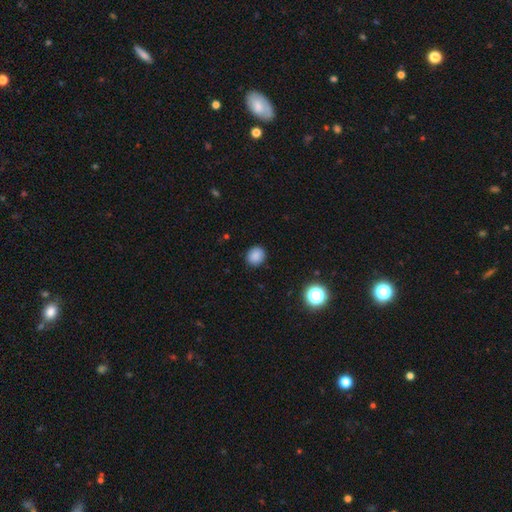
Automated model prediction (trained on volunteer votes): Morphology: type=smooth (87%); roundness=round (72%); merging=none (89%).